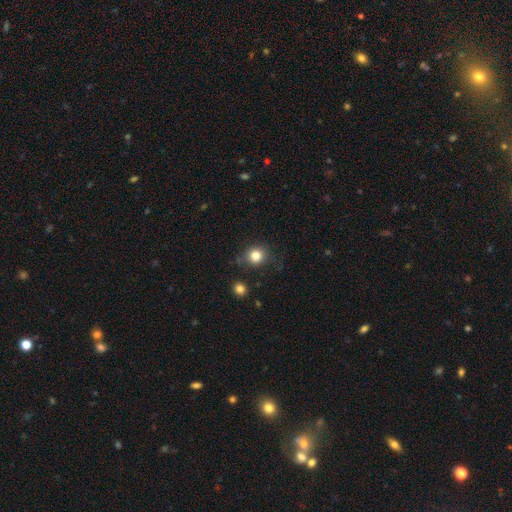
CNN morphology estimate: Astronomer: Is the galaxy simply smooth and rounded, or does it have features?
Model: smooth — 82%.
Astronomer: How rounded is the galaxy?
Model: round — 84%.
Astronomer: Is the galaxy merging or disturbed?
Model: none — 79%.